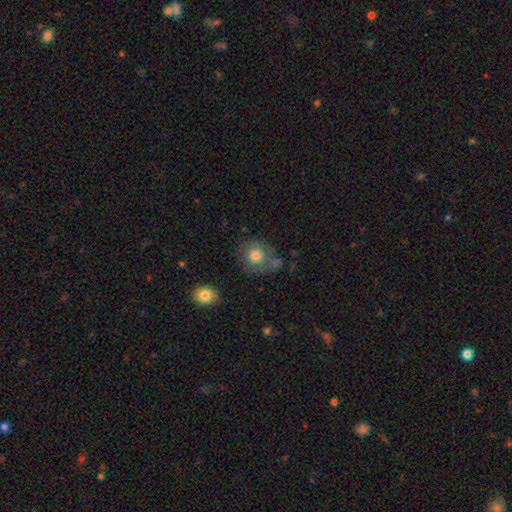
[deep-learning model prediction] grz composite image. It shows a smooth galaxy with no disk features (77%) that is round (83%). Merging: none (57%).